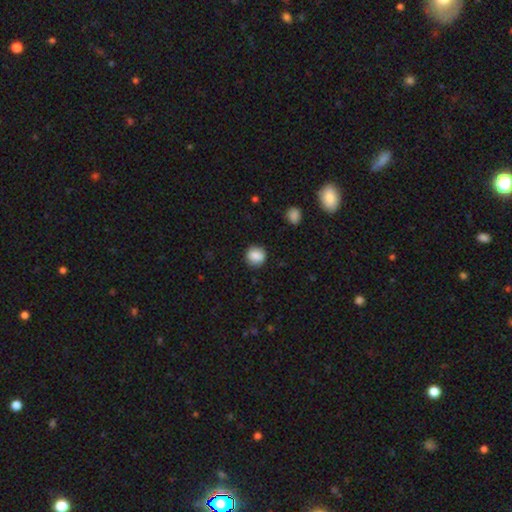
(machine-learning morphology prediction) Overall: smooth (85%). How rounded: round (85%). Merging: none (87%).